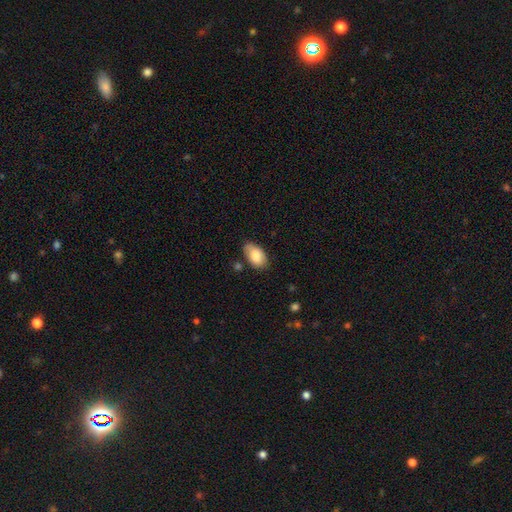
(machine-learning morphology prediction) A smooth galaxy with no disk features (83%) that is in between round and cigar-shaped (94%).

Vote fractions:
- Smooth or featured? smooth: 83% / featured or disk: 11% / star or artifact: 6%
- How rounded? in between: 94% / round: 4% / cigar-shaped: 2%
- Merging? none: 72% / minor disturbance: 21% / major disturbance: 4% / merger: 4%